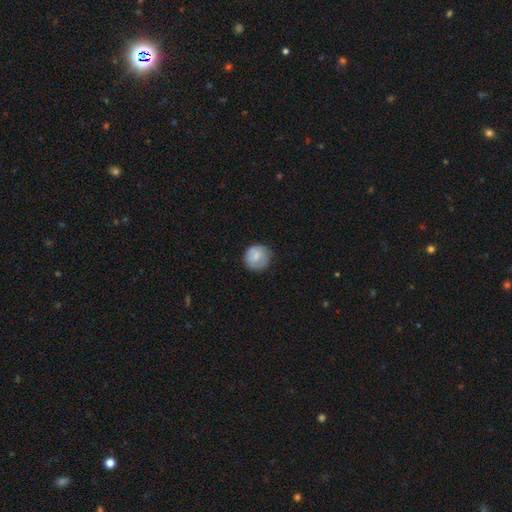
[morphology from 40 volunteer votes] Volunteers were most divided on "merging": none: 76%, minor disturbance: 22%, major disturbance: 3%, merger: 0%. More confident: how rounded — round (97%); smooth or featured — smooth (80%).